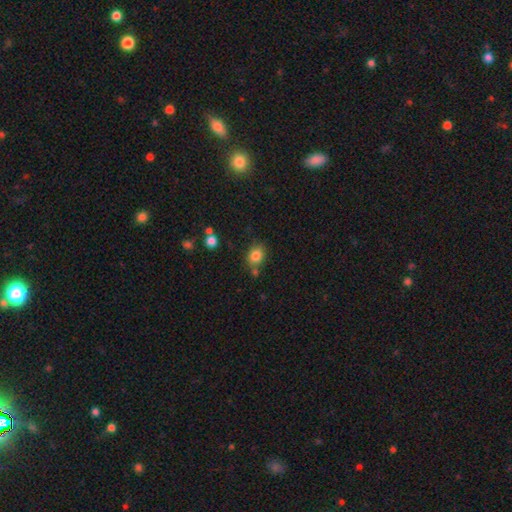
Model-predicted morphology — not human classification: Q: Smooth or featured?
A: smooth (83%); runner-up: star or artifact (10%)
Q: How rounded?
A: in between (57%); runner-up: round (42%)
Q: Merging?
A: none (69%); runner-up: minor disturbance (16%)